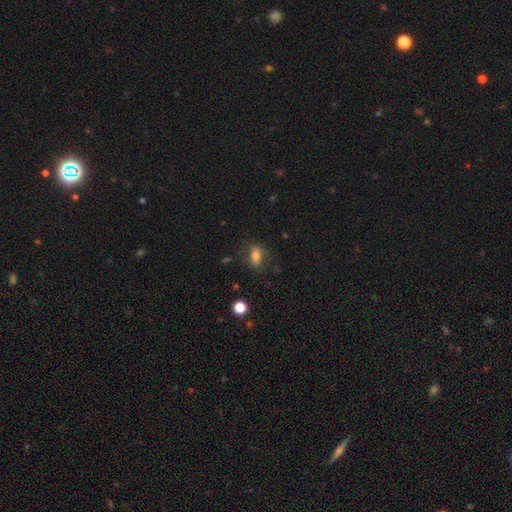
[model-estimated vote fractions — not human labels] Smooth or featured? Predicted: smooth (p=0.71). How rounded? Predicted: in between (p=0.81). Merging? Predicted: none (p=0.68).